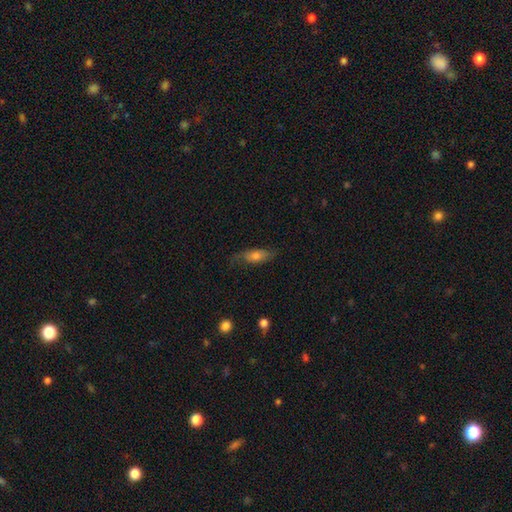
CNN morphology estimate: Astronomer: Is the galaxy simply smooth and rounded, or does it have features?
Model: smooth — 64%.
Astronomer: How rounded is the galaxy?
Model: in between — 71%.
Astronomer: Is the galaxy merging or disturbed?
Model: none — 63%.